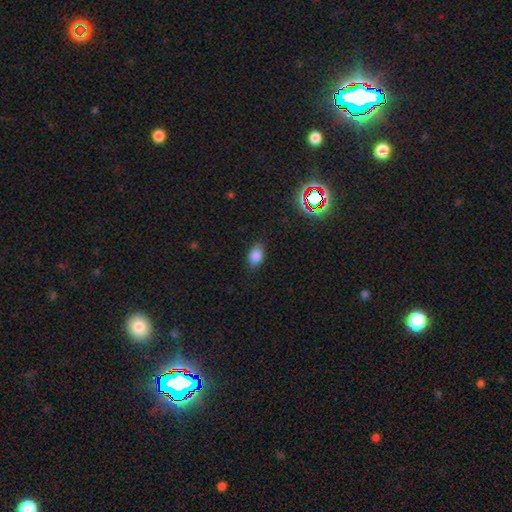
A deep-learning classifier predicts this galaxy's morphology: Smooth or featured: smooth — 84% (star or artifact — 10%)
How rounded: in between — 82% (round — 16%)
Merging: none — 79% (minor disturbance — 16%)